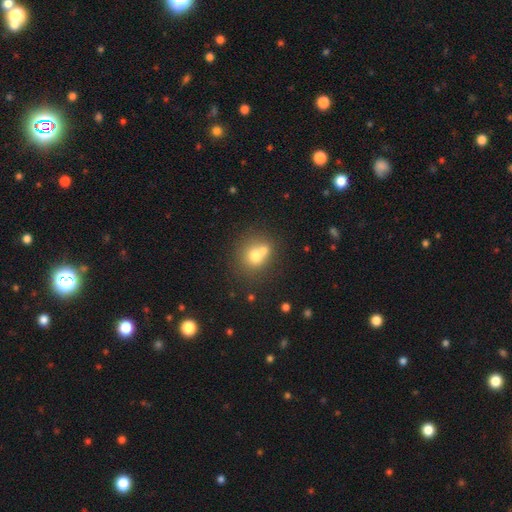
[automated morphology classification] Smooth or featured?
  - smooth: 68% *
  - featured or disk: 19%
  - star or artifact: 13%
How rounded?
  - round: 82% *
  - in between: 17%
  - cigar-shaped: 1%
Merging?
  - merger: 47% *
  - none: 42%
  - minor disturbance: 8%
  - major disturbance: 3%